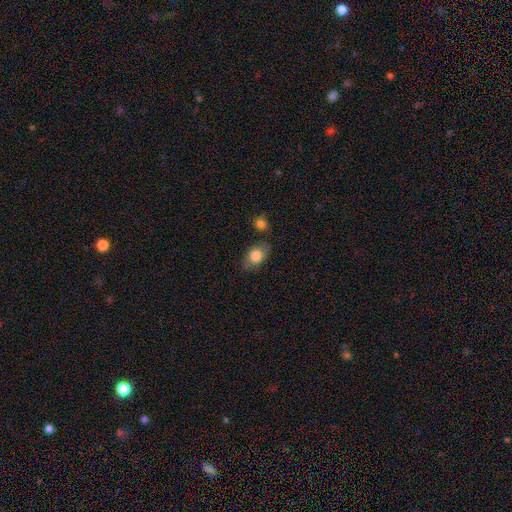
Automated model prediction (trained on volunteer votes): Smooth or featured? smooth (78%)
How rounded? in between (79%)
Merging? none (68%)